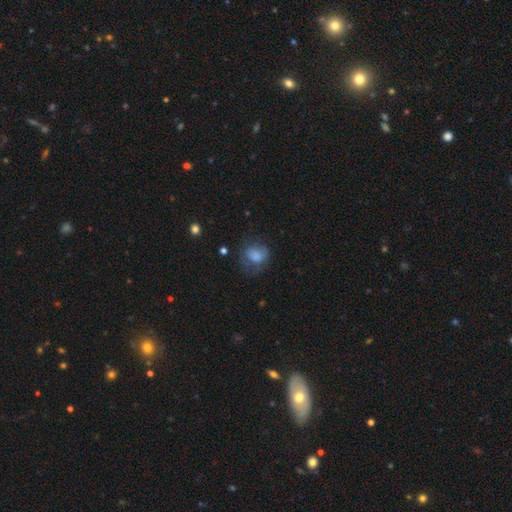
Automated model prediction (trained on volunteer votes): The model was most divided on "how rounded": round: 56%, in between: 43%, cigar-shaped: 1%. Remaining: smooth or featured — smooth (73%); merging — none (48%).